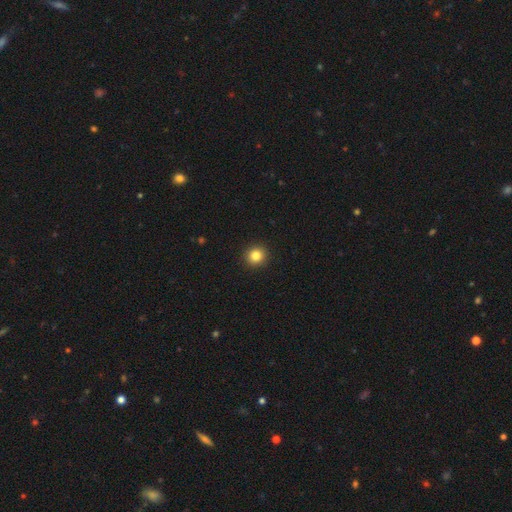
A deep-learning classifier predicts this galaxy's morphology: type=smooth (84%); roundness=round (92%); merging=none (93%).